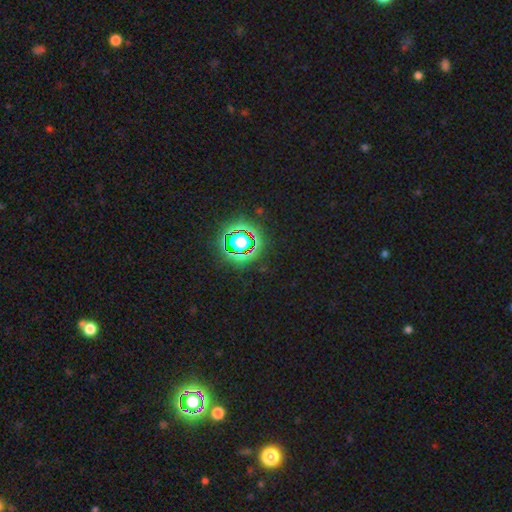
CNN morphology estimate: Smooth or featured: star or artifact — 82% (smooth — 11%)